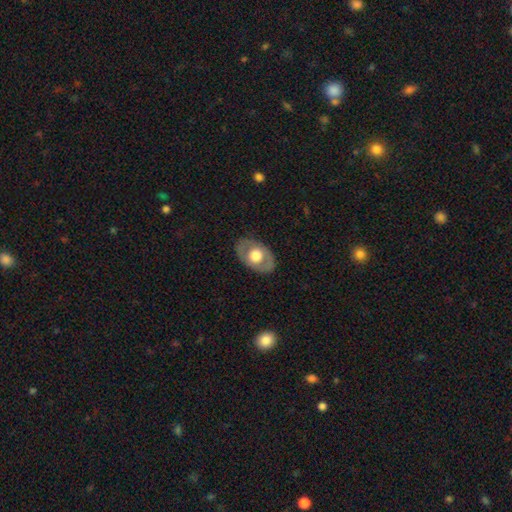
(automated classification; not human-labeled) This is possibly a featured or disk galaxy (49%). Merging: clearly none (82%).